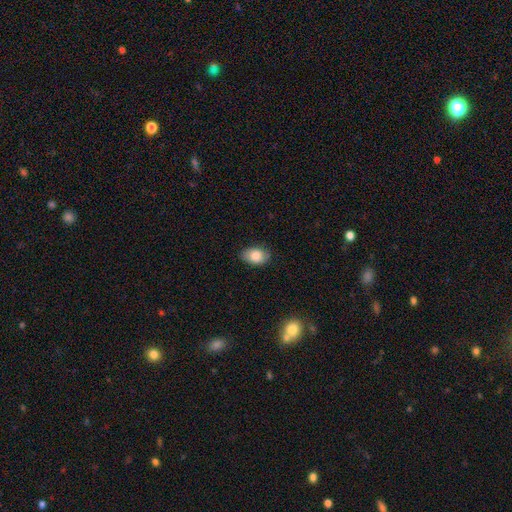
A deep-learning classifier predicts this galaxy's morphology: A smooth galaxy with no disk features (84%) that is in between round and cigar-shaped (83%).

Vote fractions:
- Smooth or featured? smooth: 84% / featured or disk: 8% / star or artifact: 7%
- How rounded? in between: 83% / round: 15% / cigar-shaped: 1%
- Merging? none: 79% / minor disturbance: 17% / major disturbance: 3% / merger: 1%